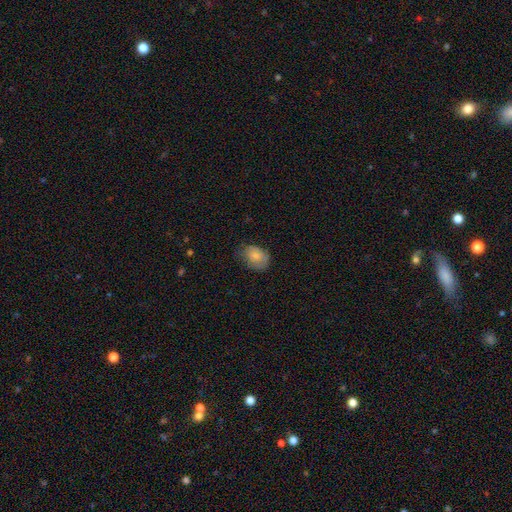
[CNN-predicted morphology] smooth 76%, featured or disk 17%, star or artifact 7%. Down the decision tree: how rounded — in between (75%); merging — none (64%).